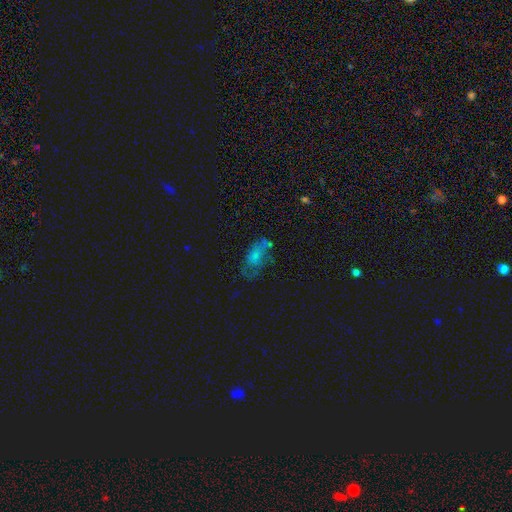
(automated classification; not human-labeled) Smooth or featured? Predicted: smooth (p=0.55). How rounded? Predicted: in between (p=0.88). Merging? Predicted: none (p=0.36).